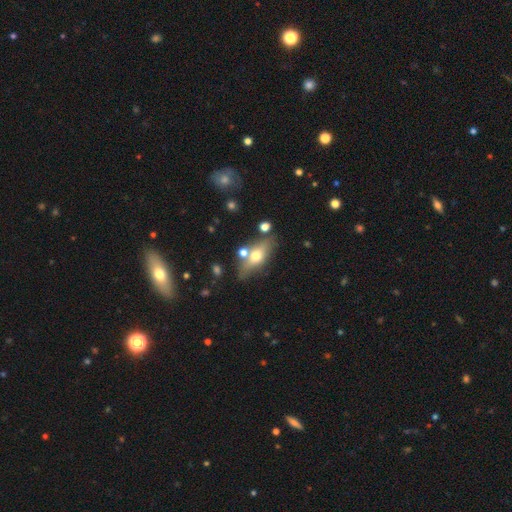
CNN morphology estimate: Smooth or featured? smooth (54%)
How rounded? in between (68%)
Merging? none (70%)